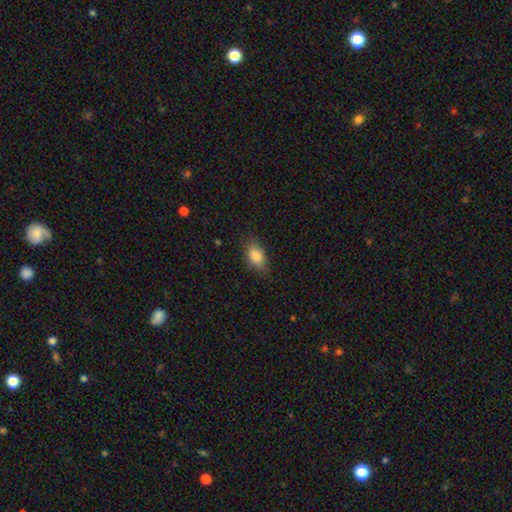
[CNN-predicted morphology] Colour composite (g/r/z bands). It shows a smooth galaxy with no disk features (86%) that is in between round and cigar-shaped (88%). Merging: none (79%).